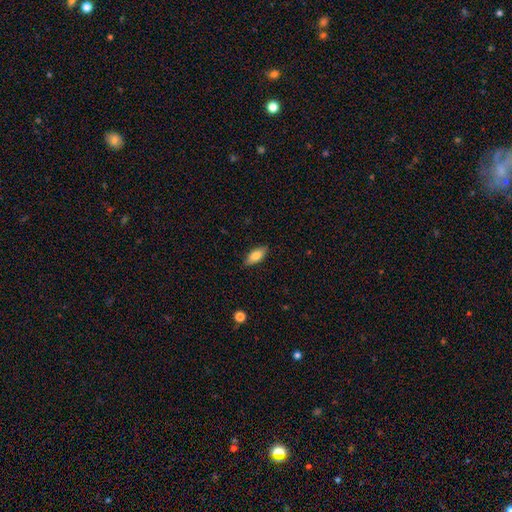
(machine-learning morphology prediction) Smooth or featured: smooth — 79% (featured or disk — 14%)
How rounded: in between — 81% (cigar-shaped — 16%)
Merging: none — 86% (minor disturbance — 11%)